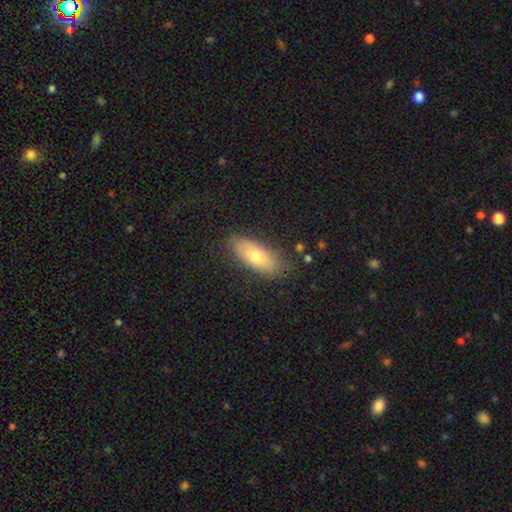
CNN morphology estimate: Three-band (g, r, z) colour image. It shows a smooth galaxy with no disk features (72%) that is in between round and cigar-shaped (81%). Merging: none (80%).